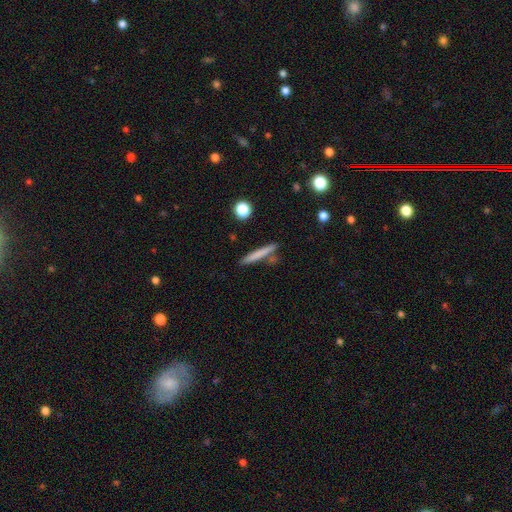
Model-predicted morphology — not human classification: type=smooth (70%); roundness=cigar-shaped (95%); merging=none (83%).